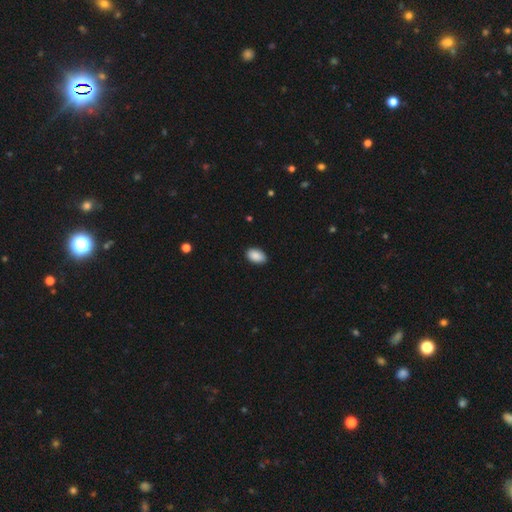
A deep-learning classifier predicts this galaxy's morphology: A smooth galaxy with no disk features (90%) that is in between round and cigar-shaped (93%). Merging: none (88%).